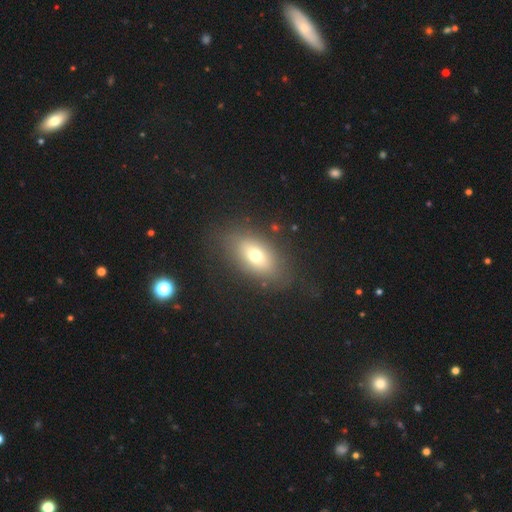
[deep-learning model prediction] smooth-or-featured: smooth: 68% | featured or disk: 20% | star or artifact: 12%
  how-rounded: in between: 82% | round: 14% | cigar-shaped: 4%
  merging: none: 78% | minor disturbance: 13% | major disturbance: 8% | merger: 2%